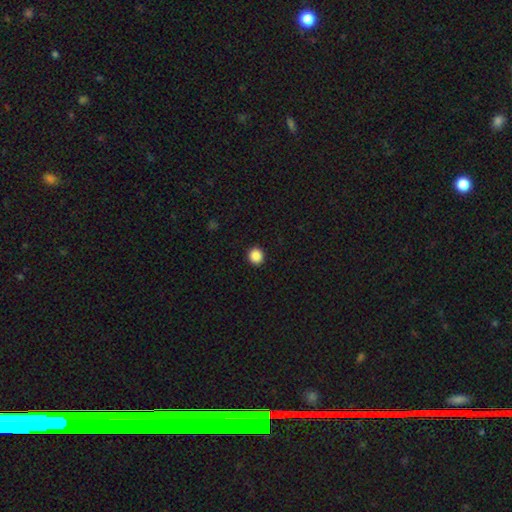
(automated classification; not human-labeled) The model was most divided on "smooth or featured": smooth: 88%, star or artifact: 10%, featured or disk: 2%. More confident: merging — none (93%); how rounded — round (92%).